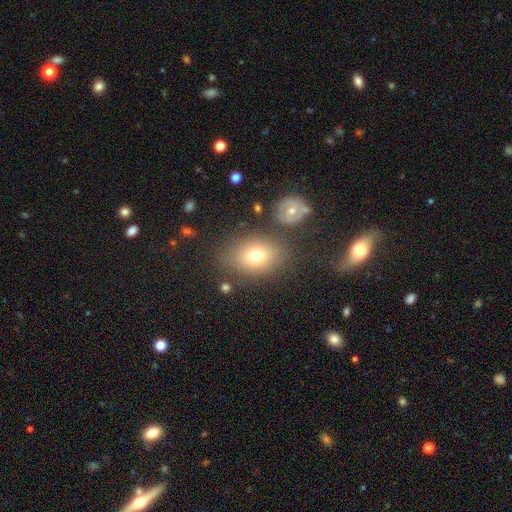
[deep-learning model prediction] Morphology: type=smooth (74%); roundness=in between (68%); merging=none (73%).